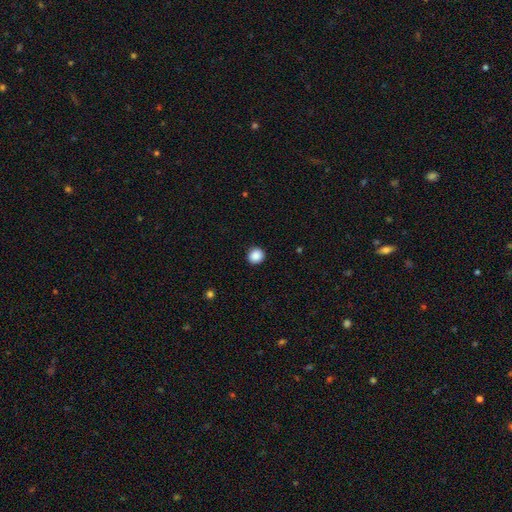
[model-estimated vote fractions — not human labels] The model was most divided on "smooth or featured": smooth: 89%, star or artifact: 9%, featured or disk: 2%. More confident: merging — none (92%); how rounded — round (91%).